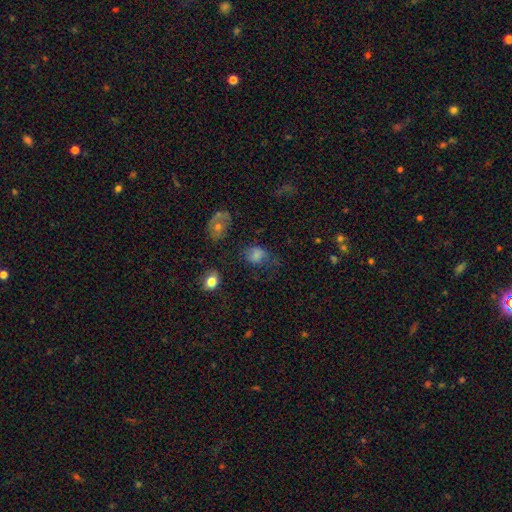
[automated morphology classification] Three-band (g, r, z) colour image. It shows a smooth galaxy with no disk features (72%) that is in between round and cigar-shaped (57%). Merging: none (50%).